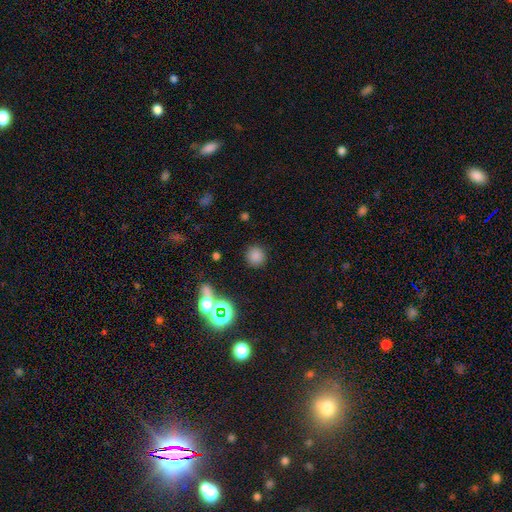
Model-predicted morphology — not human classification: smooth_or_featured: smooth (p=0.78) [alt: star or artifact p=0.17]
how_rounded: round (p=0.93) [alt: in between p=0.06]
merging: none (p=0.89) [alt: minor disturbance p=0.06]